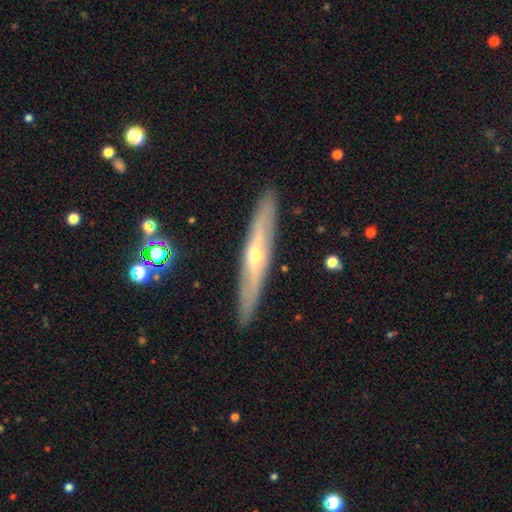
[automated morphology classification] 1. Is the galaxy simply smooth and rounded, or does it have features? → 69% featured or disk, 24% smooth, 7% star or artifact.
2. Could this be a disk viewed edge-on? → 82% yes, 18% no.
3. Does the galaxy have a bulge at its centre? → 78% rounded, 20% none, 2% boxy.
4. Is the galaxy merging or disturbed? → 89% none, 8% minor disturbance, 2% major disturbance, 1% merger.